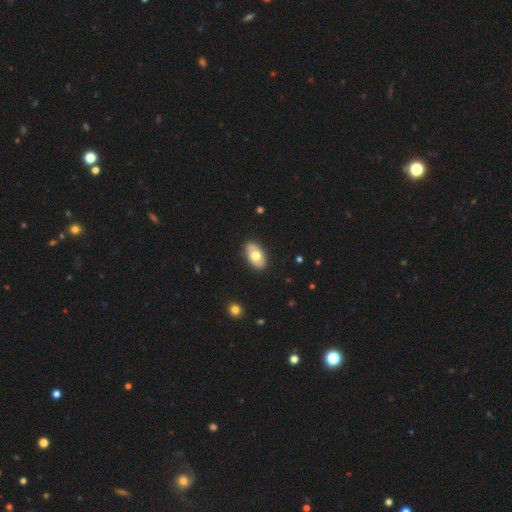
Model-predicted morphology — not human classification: The model was most divided on "smooth or featured": smooth: 68%, featured or disk: 27%, star or artifact: 6%. More confident: how rounded — in between (93%); merging — none (88%).